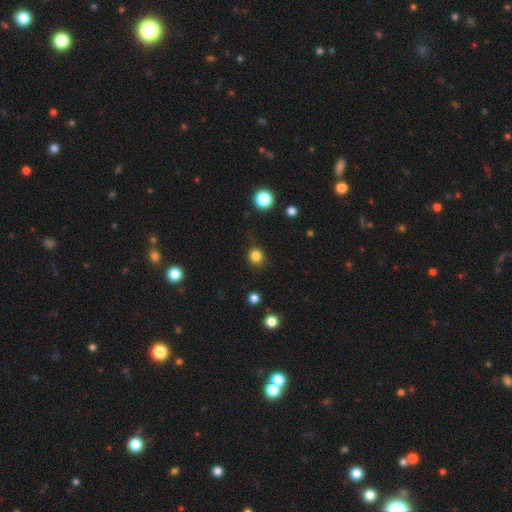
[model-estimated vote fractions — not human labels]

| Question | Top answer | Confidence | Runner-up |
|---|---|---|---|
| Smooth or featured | smooth | 83% | star or artifact (13%) |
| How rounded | round | 88% | in between (11%) |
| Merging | none | 83% | minor disturbance (12%) |